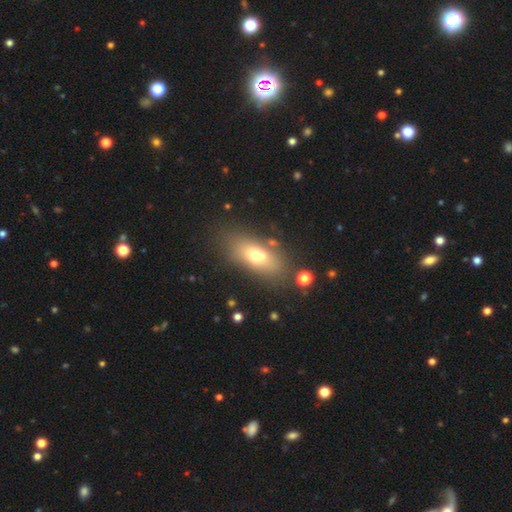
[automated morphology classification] Q: Smooth or featured?
A: smooth (67%); runner-up: featured or disk (22%)
Q: How rounded?
A: in between (79%); runner-up: cigar-shaped (14%)
Q: Merging?
A: none (69%); runner-up: minor disturbance (14%)